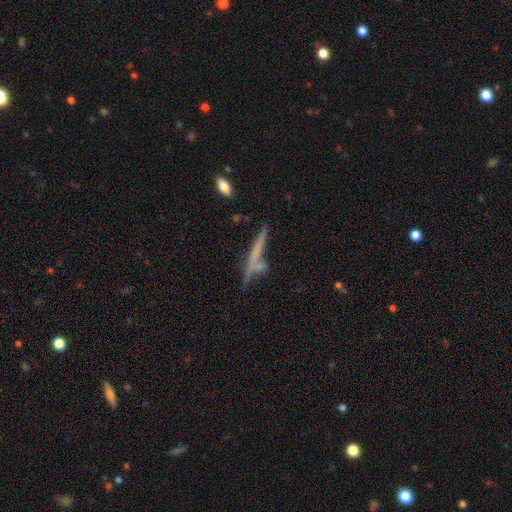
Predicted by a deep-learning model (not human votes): Morphology: type=featured or disk (50%); merging=none (53%).